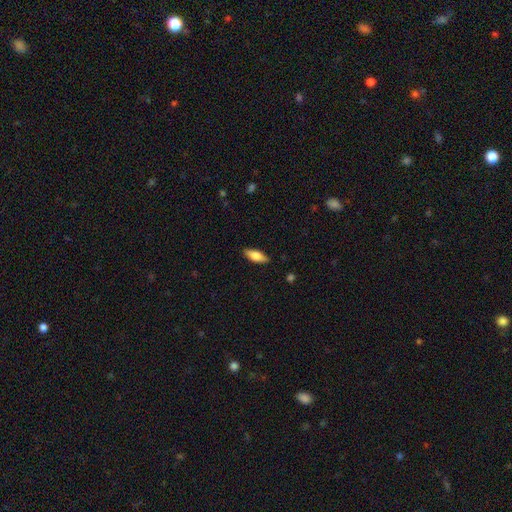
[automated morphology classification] smooth-or-featured: smooth: 75% | featured or disk: 19% | star or artifact: 6%
  how-rounded: in between: 73% | cigar-shaped: 24% | round: 2%
  merging: none: 87% | minor disturbance: 10% | major disturbance: 2% | merger: 1%